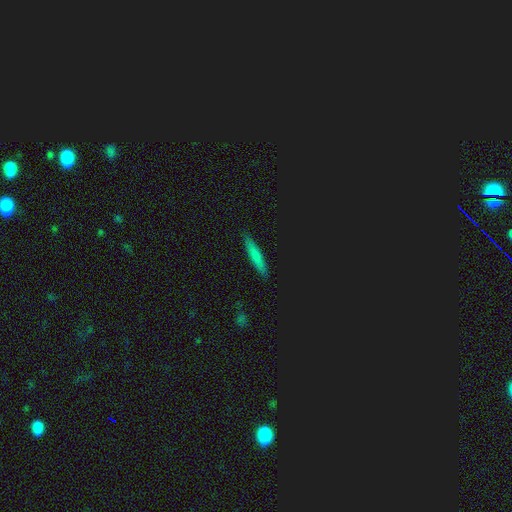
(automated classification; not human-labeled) Smooth or featured: smooth — 68% (featured or disk — 18%)
How rounded: cigar-shaped — 89% (in between — 9%)
Merging: none — 89% (minor disturbance — 8%)